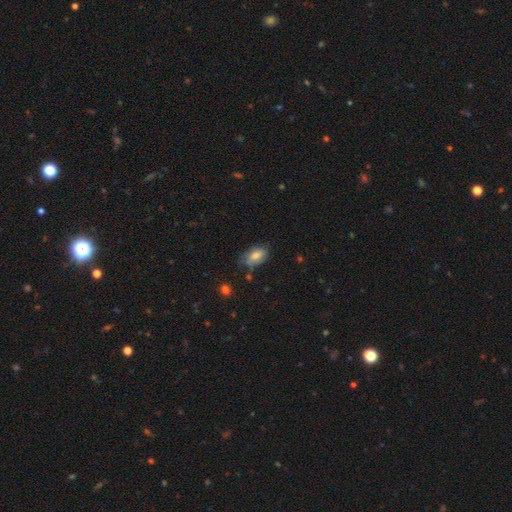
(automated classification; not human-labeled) Smooth or featured?
  - smooth: 71% *
  - featured or disk: 20%
  - star or artifact: 9%
How rounded?
  - in between: 90% *
  - round: 7%
  - cigar-shaped: 3%
Merging?
  - none: 55% *
  - minor disturbance: 33%
  - major disturbance: 9%
  - merger: 4%